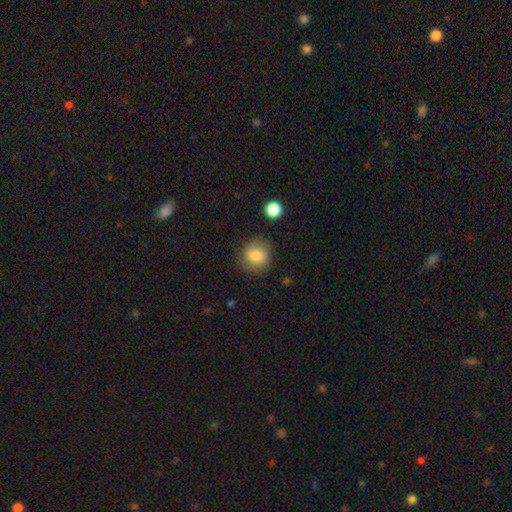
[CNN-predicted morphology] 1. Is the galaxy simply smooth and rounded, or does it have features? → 78% smooth, 12% featured or disk, 9% star or artifact.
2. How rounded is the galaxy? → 78% round, 21% in between, 1% cigar-shaped.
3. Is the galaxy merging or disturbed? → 77% none, 16% minor disturbance, 5% major disturbance, 2% merger.